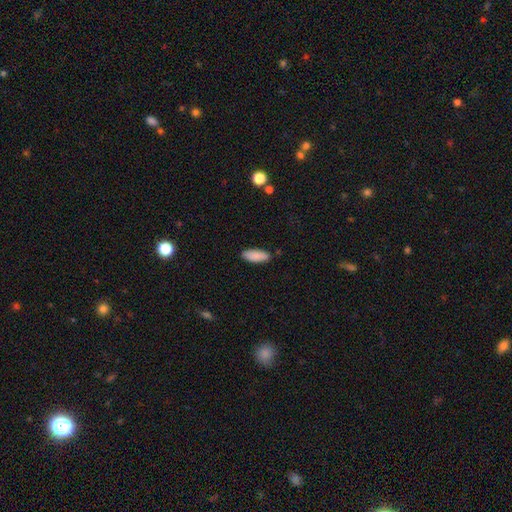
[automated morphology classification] Smooth or featured?
  - smooth: 89% *
  - star or artifact: 6%
  - featured or disk: 5%
How rounded?
  - in between: 72% *
  - cigar-shaped: 27%
  - round: 2%
Merging?
  - none: 87% *
  - minor disturbance: 9%
  - major disturbance: 2%
  - merger: 1%